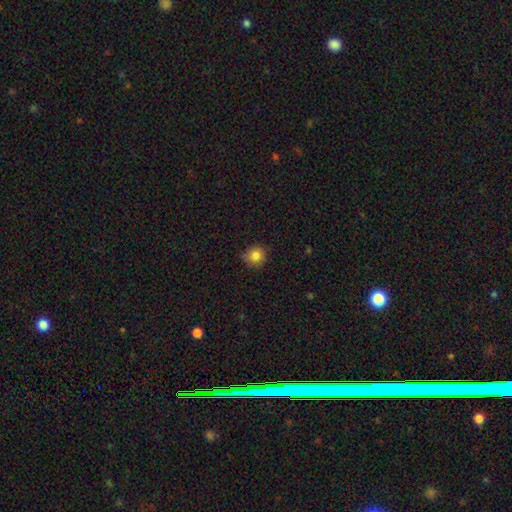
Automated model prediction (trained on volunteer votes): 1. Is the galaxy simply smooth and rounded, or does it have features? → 83% smooth, 11% star or artifact, 6% featured or disk.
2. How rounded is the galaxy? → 90% round, 9% in between, 1% cigar-shaped.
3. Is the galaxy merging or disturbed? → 77% none, 19% minor disturbance, 3% major disturbance, 1% merger.